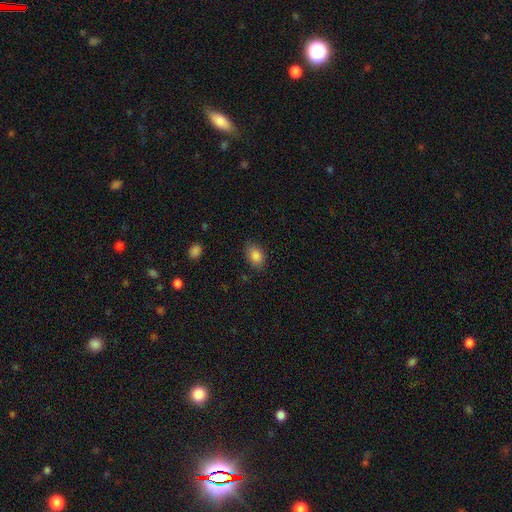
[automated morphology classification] Smooth or featured: smooth — 86% (star or artifact — 9%)
How rounded: in between — 81% (round — 18%)
Merging: none — 82% (minor disturbance — 14%)